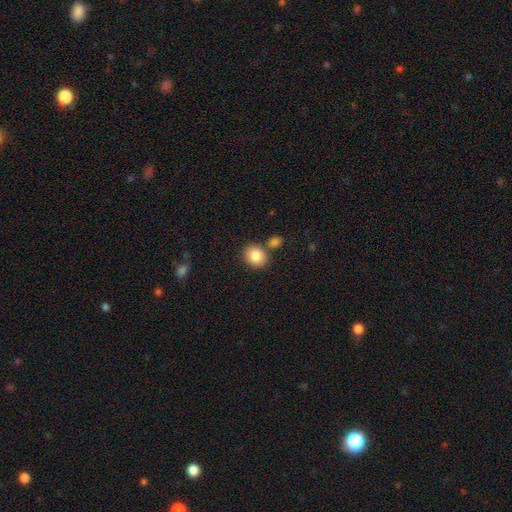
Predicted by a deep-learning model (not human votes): A smooth galaxy with no disk features (86%) that is round (59%). Merging: none (71%).